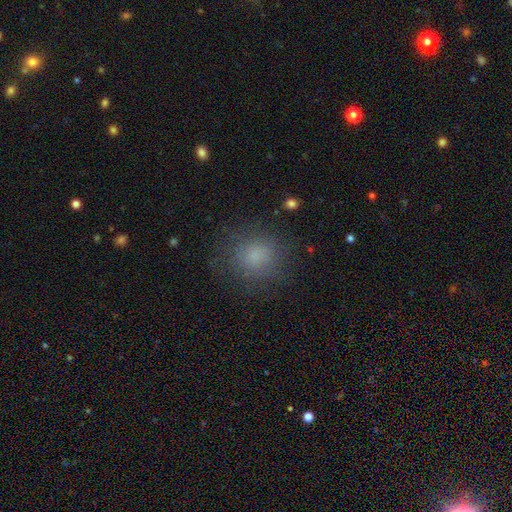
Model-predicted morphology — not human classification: A smooth galaxy with no disk features (78%) that is round (80%).

Vote fractions:
- Smooth or featured? smooth: 78% / star or artifact: 13% / featured or disk: 8%
- How rounded? round: 80% / in between: 19% / cigar-shaped: 1%
- Merging? none: 78% / minor disturbance: 14% / major disturbance: 7% / merger: 1%